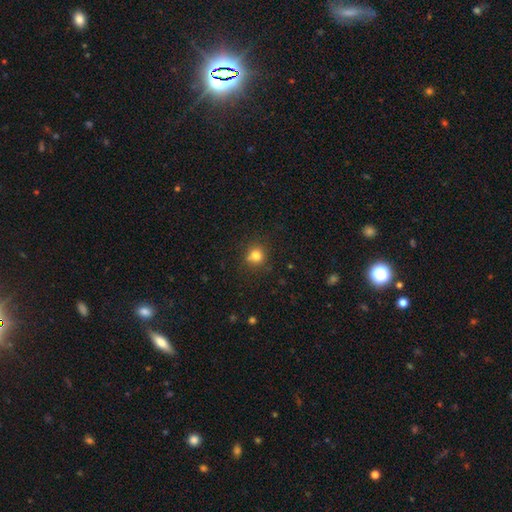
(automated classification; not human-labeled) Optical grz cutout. It shows a smooth galaxy with no disk features (81%) that is round (87%). Merging: none (76%).